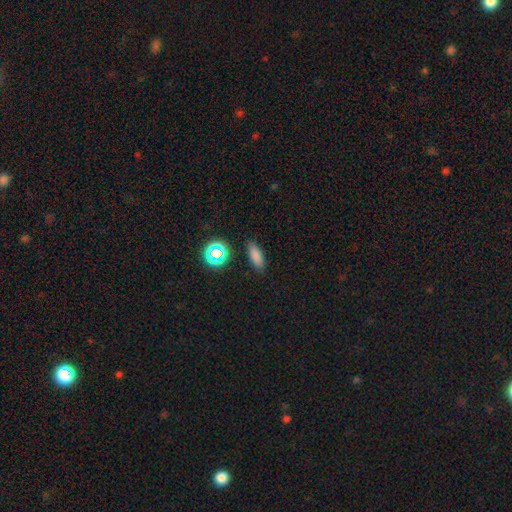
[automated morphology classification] The model was most divided on "how rounded": in between: 66%, cigar-shaped: 29%, round: 5%. More confident: merging — none (86%); smooth or featured — smooth (77%).